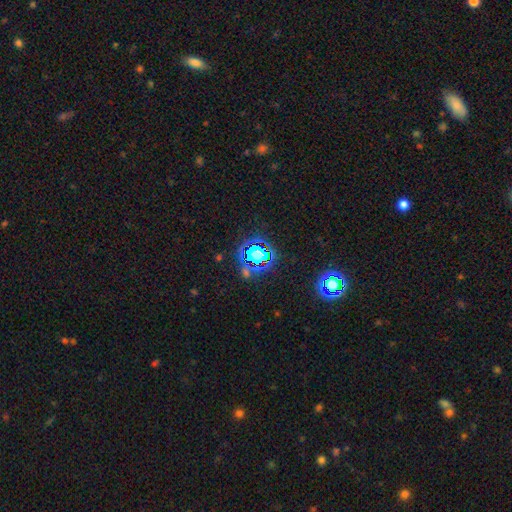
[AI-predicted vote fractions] The model was most divided on "smooth or featured": star or artifact: 78%, smooth: 15%, featured or disk: 8%.